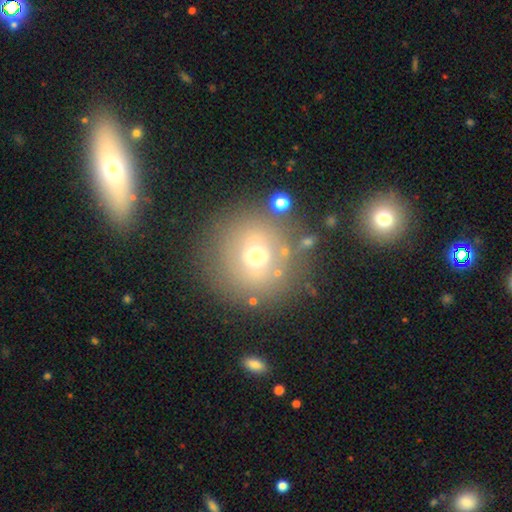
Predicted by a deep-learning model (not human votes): smooth 62%, featured or disk 22%, star or artifact 16%. Down the decision tree: how rounded — round (93%); merging — none (79%).